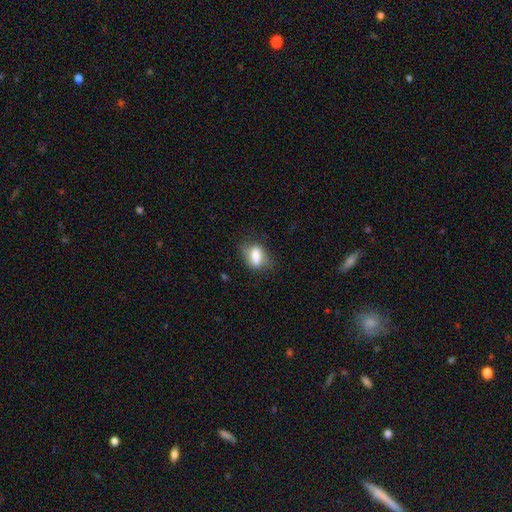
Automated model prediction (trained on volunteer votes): This appears to be a smooth galaxy with no disk features (71%) that is in between round and cigar-shaped (77%). Merging: none (63%).